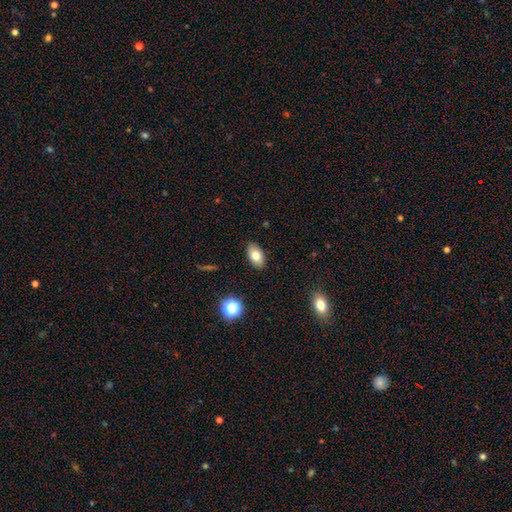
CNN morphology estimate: Q: Smooth or featured?
A: smooth (77%); runner-up: featured or disk (14%)
Q: How rounded?
A: in between (91%); runner-up: round (6%)
Q: Merging?
A: none (88%); runner-up: minor disturbance (9%)